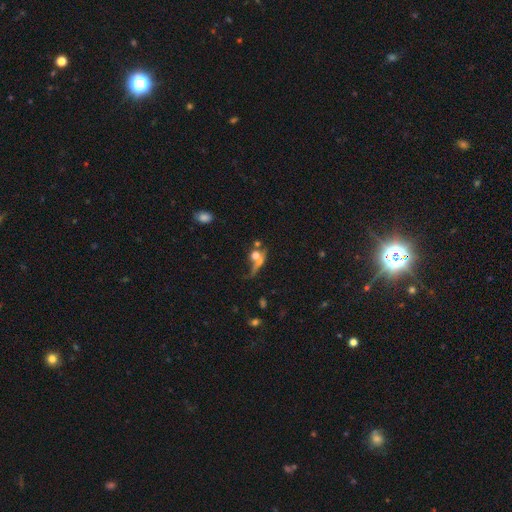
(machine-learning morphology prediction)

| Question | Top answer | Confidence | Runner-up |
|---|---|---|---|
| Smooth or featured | smooth | 56% | featured or disk (29%) |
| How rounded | round | 56% | in between (30%) |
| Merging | merger | 39% | none (30%) |